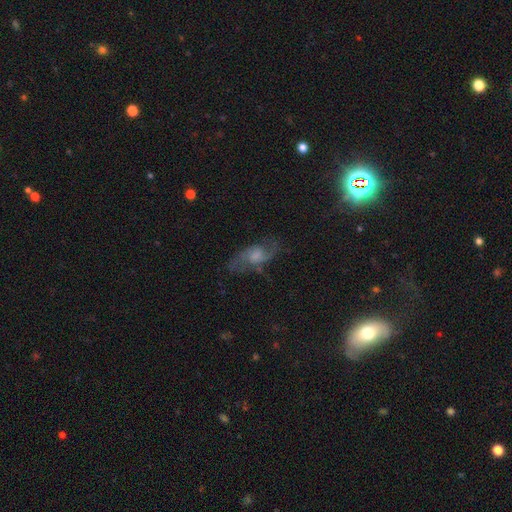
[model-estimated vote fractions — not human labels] Smooth or featured? featured or disk (64%)
Edge-on disk? no (91%)
Bar? no (58%)
Spiral arms? yes (87%)
Spiral winding? loose (46%)
Spiral arm count? 2 (80%)
Bulge size? moderate (34%)
Merging? none (63%)